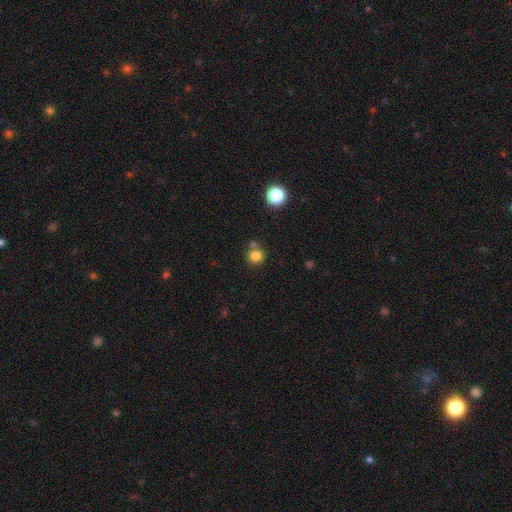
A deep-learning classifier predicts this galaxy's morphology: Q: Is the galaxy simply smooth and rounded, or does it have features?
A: smooth — 81%.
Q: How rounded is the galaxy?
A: round — 91%.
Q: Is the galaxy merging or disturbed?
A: none — 68%.